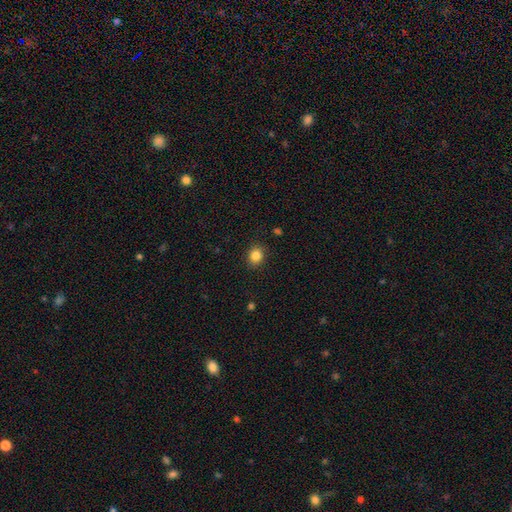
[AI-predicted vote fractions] The model was most divided on "how rounded": round: 70%, in between: 29%, cigar-shaped: 1%. More confident: merging — none (89%); smooth or featured — smooth (84%).